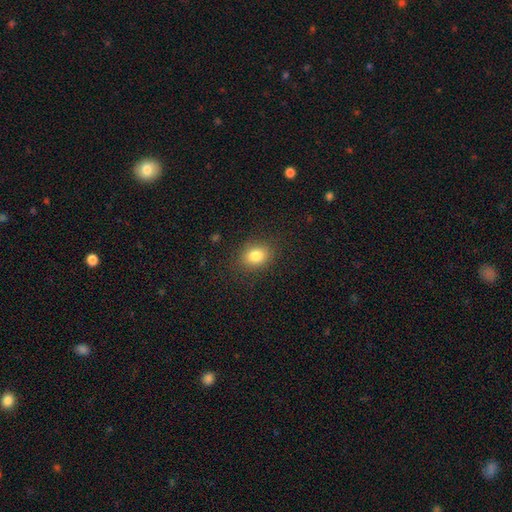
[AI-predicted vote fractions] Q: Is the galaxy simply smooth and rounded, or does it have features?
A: smooth — 82%.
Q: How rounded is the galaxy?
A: in between — 57%.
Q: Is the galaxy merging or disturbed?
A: none — 85%.